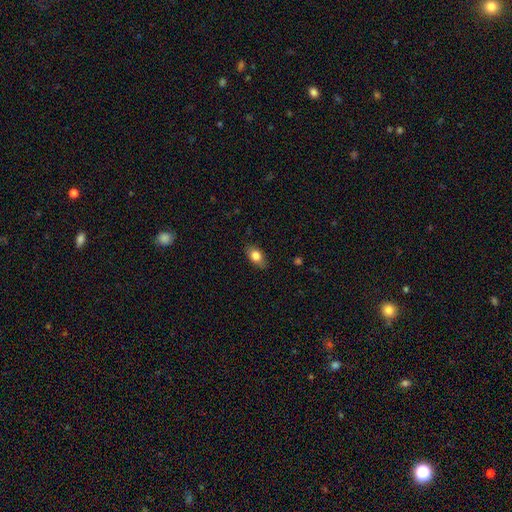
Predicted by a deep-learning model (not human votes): smooth 80%, featured or disk 12%, star or artifact 8%. Down the decision tree: how rounded — in between (84%); merging — none (83%).